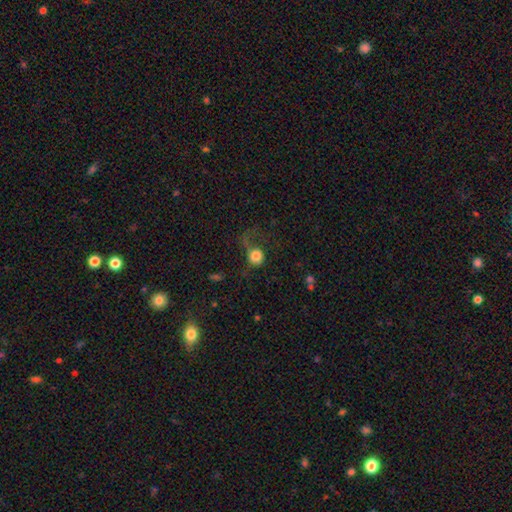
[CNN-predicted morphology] Smooth or featured: smooth — 74% (featured or disk — 16%)
How rounded: round — 82% (in between — 17%)
Merging: major disturbance — 48% (none — 30%)